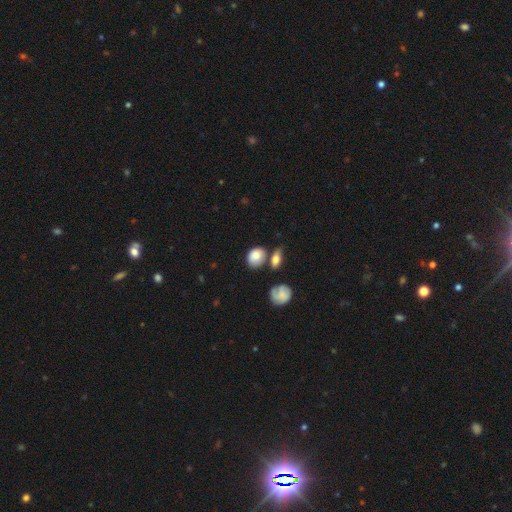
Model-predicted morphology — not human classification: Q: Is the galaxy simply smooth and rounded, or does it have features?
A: smooth — 78%.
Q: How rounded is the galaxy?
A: in between — 55%.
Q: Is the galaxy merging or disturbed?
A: none — 57%.